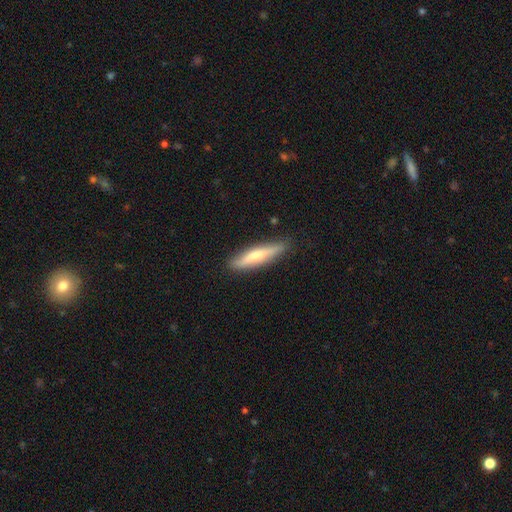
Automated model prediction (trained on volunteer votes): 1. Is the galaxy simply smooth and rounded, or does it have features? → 55% smooth, 37% featured or disk, 7% star or artifact.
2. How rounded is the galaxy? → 85% cigar-shaped, 14% in between, 2% round.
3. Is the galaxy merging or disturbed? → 87% none, 10% minor disturbance, 2% major disturbance, 1% merger.